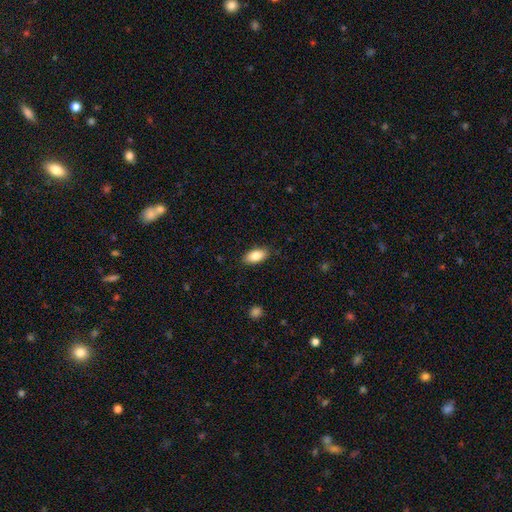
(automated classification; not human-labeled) This appears to be a smooth galaxy with no disk features (85%) that is in between round and cigar-shaped (91%). Merging: none (86%).